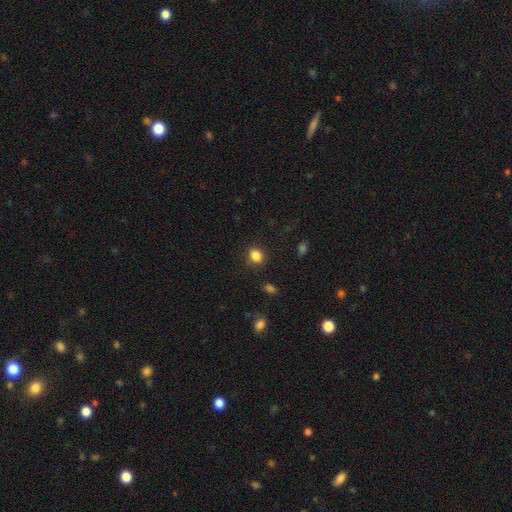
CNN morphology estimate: A smooth galaxy with no disk features (85%) that is round (57%). Merging: none (85%).